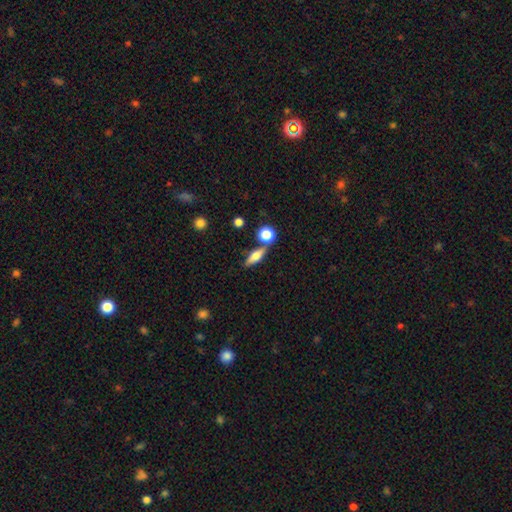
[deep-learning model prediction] A smooth galaxy with no disk features (56%) that is in between round and cigar-shaped (49%). Merging: none (70%).